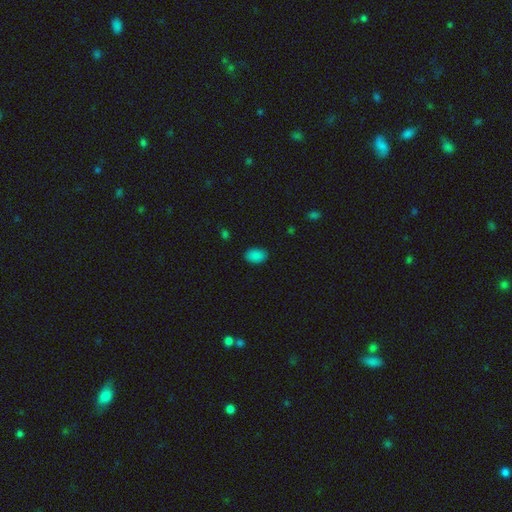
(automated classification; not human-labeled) Q: Smooth or featured?
A: smooth (86%); runner-up: star or artifact (10%)
Q: How rounded?
A: in between (86%); runner-up: round (13%)
Q: Merging?
A: none (86%); runner-up: minor disturbance (11%)